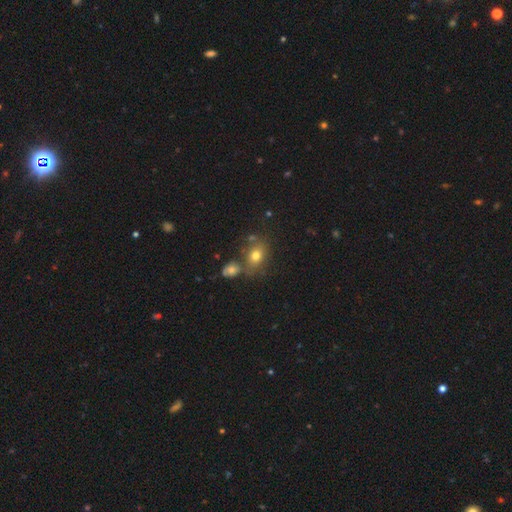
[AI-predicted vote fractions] Smooth or featured: smooth — 73% (featured or disk — 14%)
How rounded: in between — 64% (round — 35%)
Merging: none — 61% (merger — 20%)